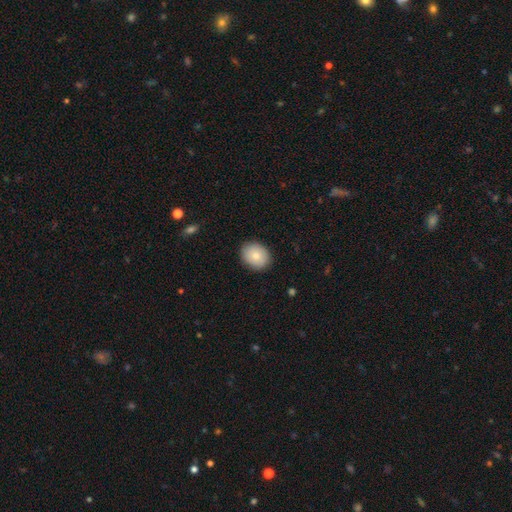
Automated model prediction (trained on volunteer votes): This appears to be a smooth galaxy with no disk features (83%) that is round (54%). Merging: none (89%).